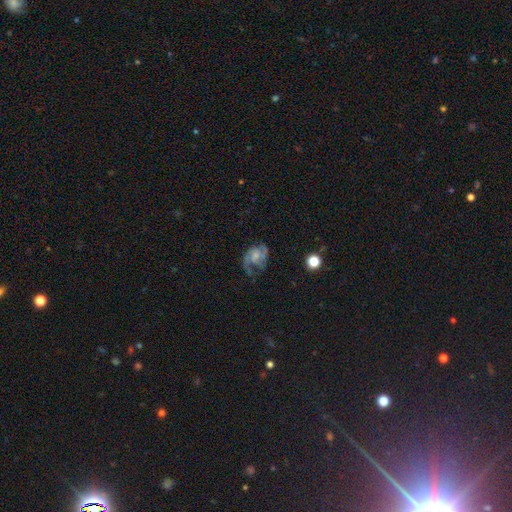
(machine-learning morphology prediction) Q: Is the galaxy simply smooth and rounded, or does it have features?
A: featured or disk — 77%.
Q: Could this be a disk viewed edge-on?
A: no — 98%.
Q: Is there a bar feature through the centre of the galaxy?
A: no — 66%.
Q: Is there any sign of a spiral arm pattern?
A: yes — 91%.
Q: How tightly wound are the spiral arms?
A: medium — 48%.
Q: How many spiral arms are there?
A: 2 — 51%.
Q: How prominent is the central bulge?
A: small — 51%.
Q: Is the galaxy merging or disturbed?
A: none — 44%.